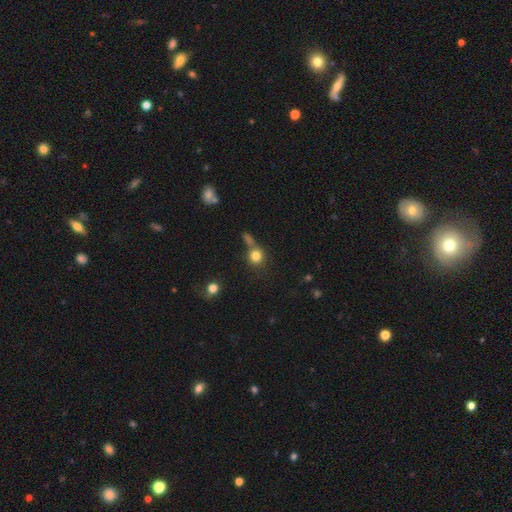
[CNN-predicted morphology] This appears to be a smooth galaxy with no disk features (80%) that is round (86%). Merging: none (56%).